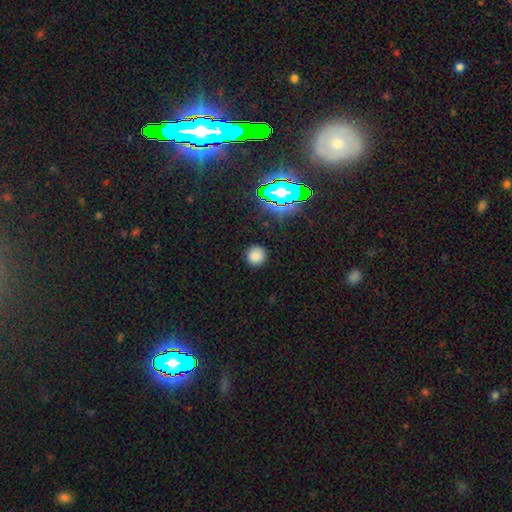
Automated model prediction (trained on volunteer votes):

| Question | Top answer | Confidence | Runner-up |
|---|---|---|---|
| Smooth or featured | smooth | 78% | star or artifact (17%) |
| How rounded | round | 94% | in between (5%) |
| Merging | none | 90% | minor disturbance (6%) |